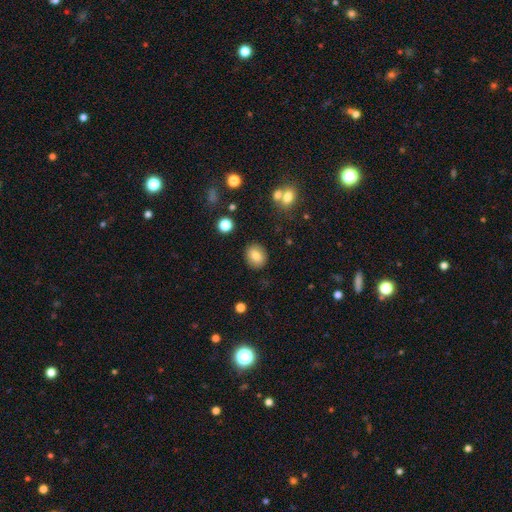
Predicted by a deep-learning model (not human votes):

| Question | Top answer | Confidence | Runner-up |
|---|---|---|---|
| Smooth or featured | smooth | 81% | star or artifact (10%) |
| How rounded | round | 60% | in between (38%) |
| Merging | none | 88% | minor disturbance (8%) |